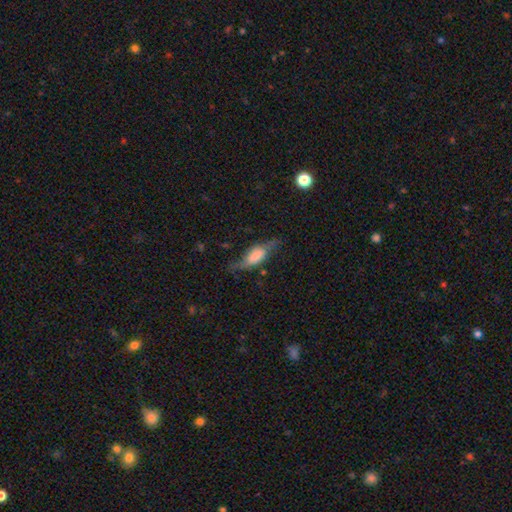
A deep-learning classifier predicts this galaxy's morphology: type=smooth (49%); merging=none (55%).